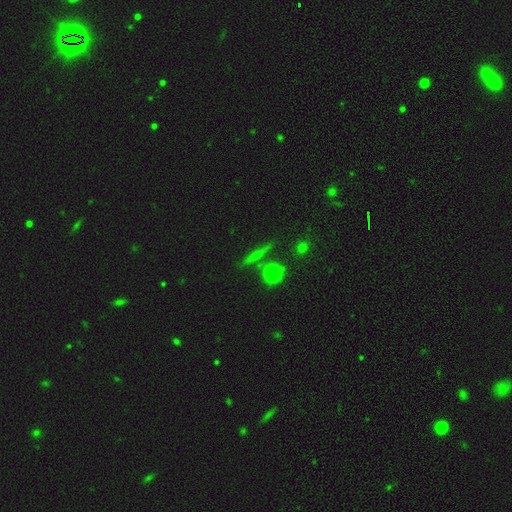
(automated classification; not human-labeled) smooth_or_featured: smooth (p=0.55) [alt: featured or disk p=0.28]
how_rounded: cigar-shaped (p=0.63) [alt: round p=0.24]
merging: none (p=0.83) [alt: minor disturbance p=0.09]